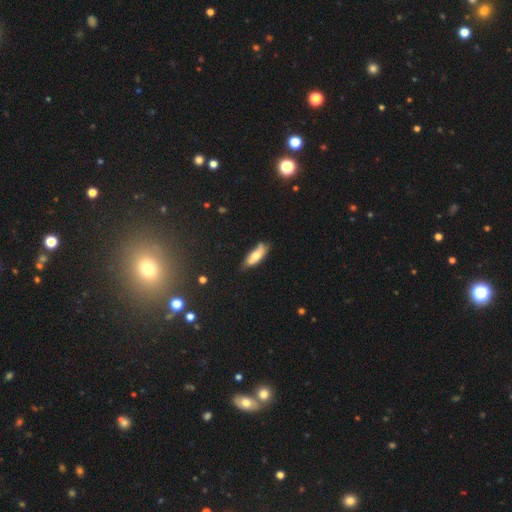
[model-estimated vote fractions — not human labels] Overall: smooth (62%; featured or disk 31%). How rounded: in between (61%; cigar-shaped 37%). Merging: none (64%; minor disturbance 27%).